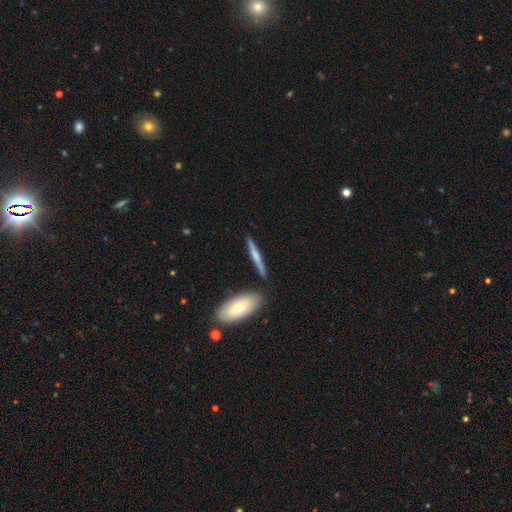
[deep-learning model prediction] smooth-or-featured: smooth: 49% | featured or disk: 46% | star or artifact: 6%
  merging: none: 81% | minor disturbance: 9% | merger: 7% | major disturbance: 2%